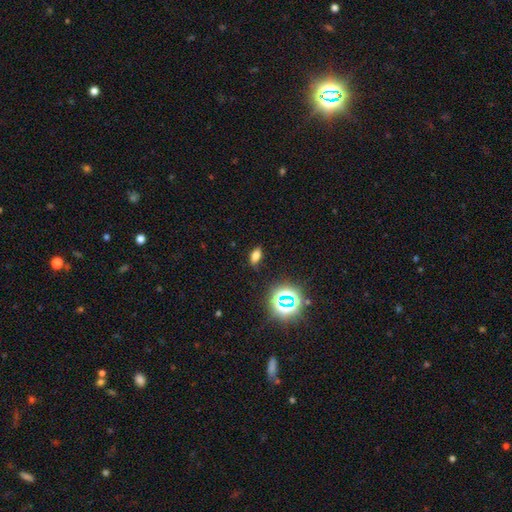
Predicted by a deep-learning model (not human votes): Morphology: type=smooth (69%); roundness=in between (82%); merging=none (83%).